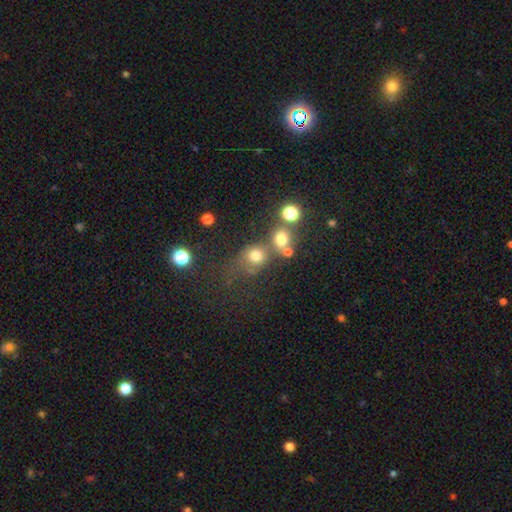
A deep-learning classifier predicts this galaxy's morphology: smooth 71%, star or artifact 19%, featured or disk 10%. Down the decision tree: how rounded — round (80%); merging — none (49%).